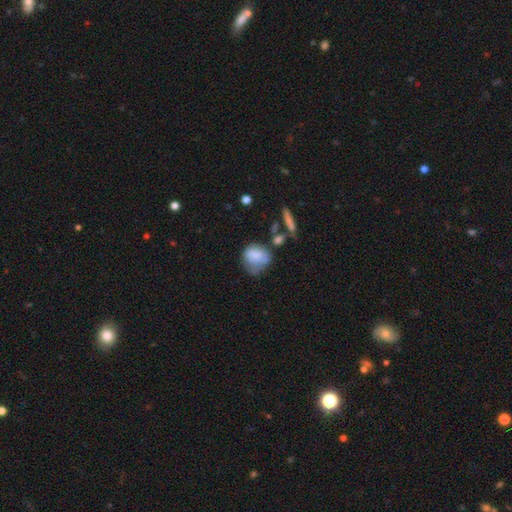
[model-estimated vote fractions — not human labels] This is likely a smooth galaxy (73%). How rounded: possibly round (57%). Merging: marginally none (36%).